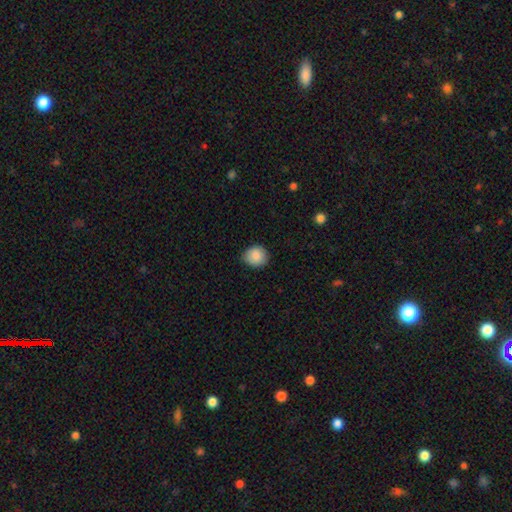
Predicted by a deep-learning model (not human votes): A smooth galaxy with no disk features (87%) that is round (80%). Merging: none (80%).